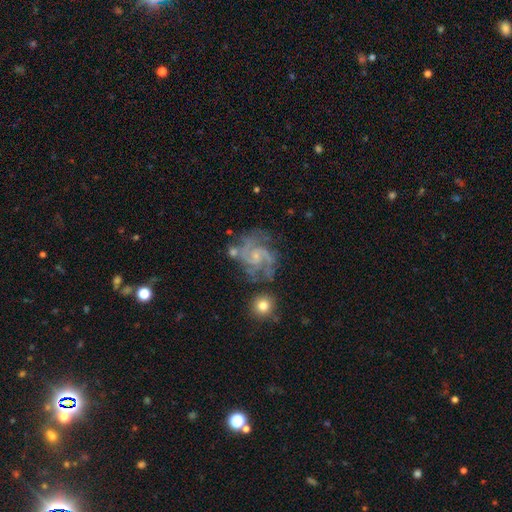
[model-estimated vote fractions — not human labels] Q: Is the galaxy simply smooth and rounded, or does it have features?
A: featured or disk — 88%.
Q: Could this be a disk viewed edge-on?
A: no — 98%.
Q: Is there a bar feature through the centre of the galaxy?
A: no — 54%.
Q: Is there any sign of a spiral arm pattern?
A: yes — 97%.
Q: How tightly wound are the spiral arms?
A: medium — 52%.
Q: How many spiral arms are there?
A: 2 — 46%.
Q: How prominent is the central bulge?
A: small — 70%.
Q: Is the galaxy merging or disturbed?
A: none — 59%.